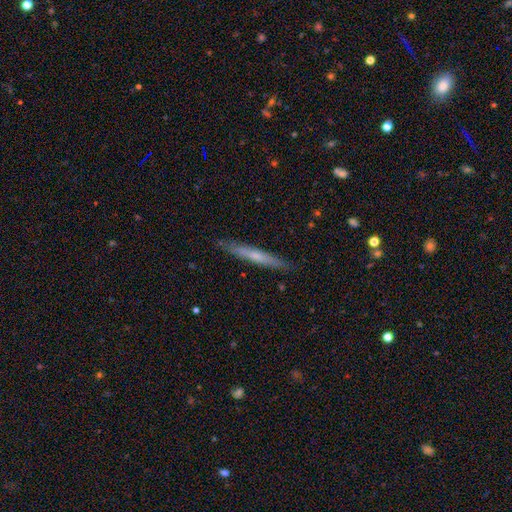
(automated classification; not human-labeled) This appears to be a smooth galaxy with no disk features (50%). Merging: none (88%).